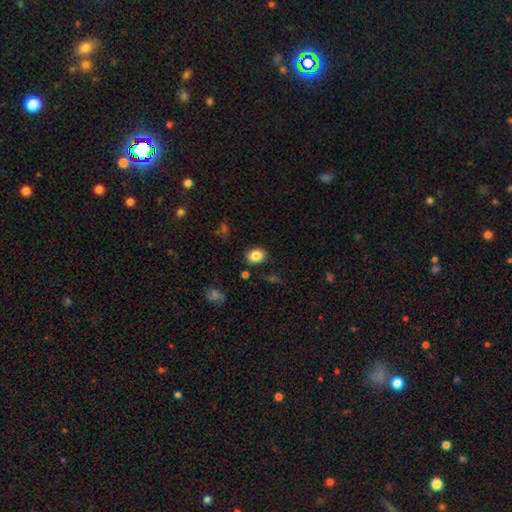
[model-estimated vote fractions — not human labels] This appears to be a smooth galaxy with no disk features (84%) that is in between round and cigar-shaped (55%). Merging: none (86%).